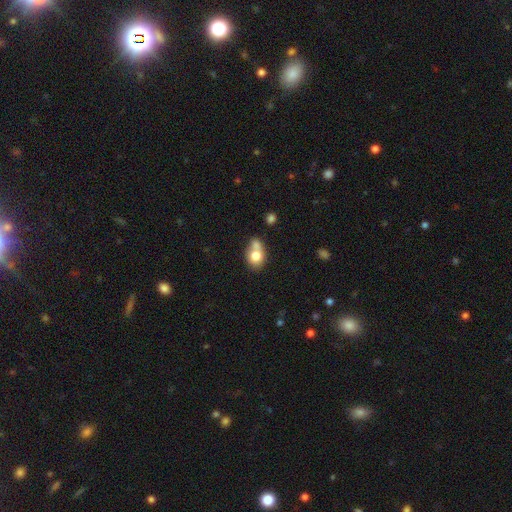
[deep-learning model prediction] smooth_or_featured: smooth (p=0.75) [alt: featured or disk p=0.16]
how_rounded: round (p=0.52) [alt: in between p=0.47]
merging: merger (p=0.47) [alt: none p=0.35]